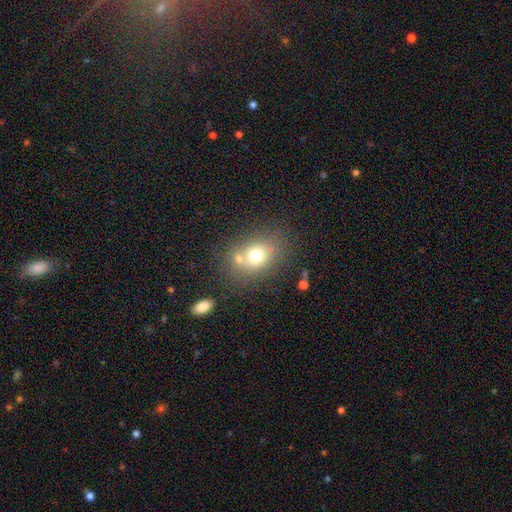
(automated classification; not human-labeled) Smooth or featured?
  - smooth: 69% *
  - featured or disk: 18%
  - star or artifact: 13%
How rounded?
  - in between: 55% *
  - round: 43%
  - cigar-shaped: 1%
Merging?
  - none: 56% *
  - merger: 25%
  - minor disturbance: 14%
  - major disturbance: 6%